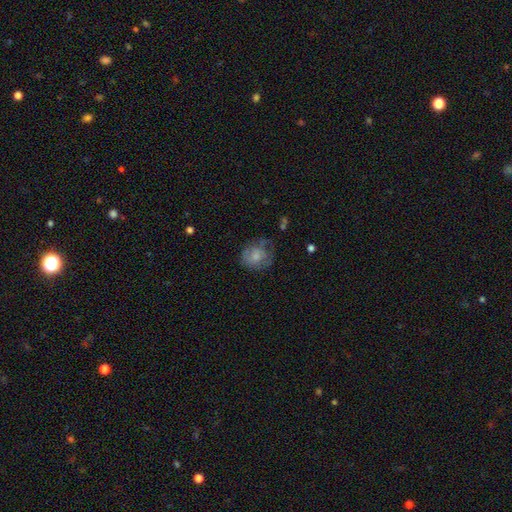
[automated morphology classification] smooth-or-featured: smooth: 64% | featured or disk: 27% | star or artifact: 9%
  how-rounded: round: 70% | in between: 29% | cigar-shaped: 1%
  merging: none: 50% | minor disturbance: 28% | major disturbance: 19% | merger: 2%